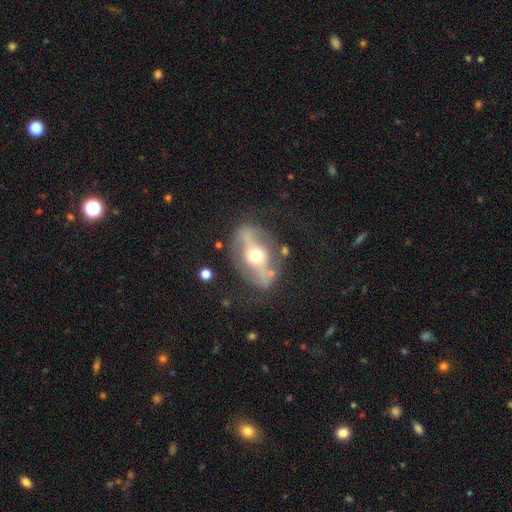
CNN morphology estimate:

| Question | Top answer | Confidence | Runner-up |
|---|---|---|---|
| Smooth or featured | featured or disk | 74% | smooth (20%) |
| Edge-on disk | no | 83% | yes (17%) |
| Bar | strong | 58% | weak (22%) |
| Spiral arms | no | 56% | yes (44%) |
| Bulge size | moderate | 73% | large (14%) |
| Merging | none | 74% | minor disturbance (15%) |